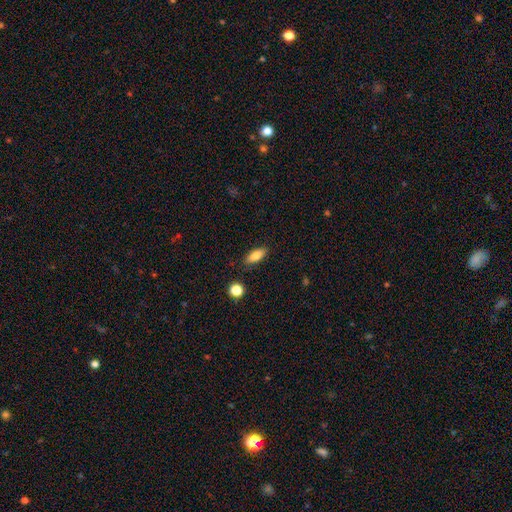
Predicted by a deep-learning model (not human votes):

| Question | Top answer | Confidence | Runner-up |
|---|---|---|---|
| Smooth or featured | smooth | 79% | featured or disk (13%) |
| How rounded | in between | 77% | cigar-shaped (20%) |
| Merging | none | 86% | minor disturbance (10%) |